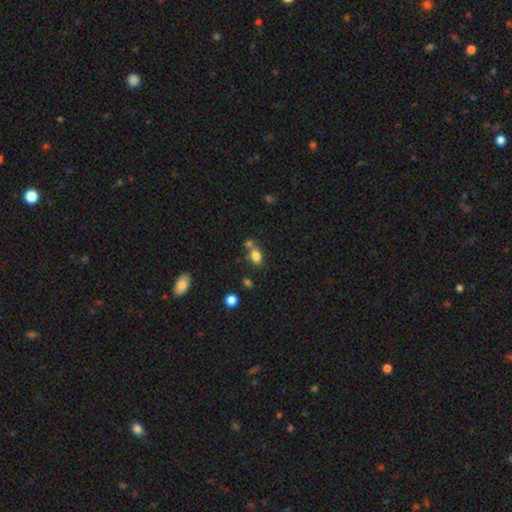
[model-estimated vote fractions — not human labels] Q: Smooth or featured?
A: smooth (80%); runner-up: star or artifact (11%)
Q: How rounded?
A: in between (69%); runner-up: round (30%)
Q: Merging?
A: none (52%); runner-up: merger (32%)